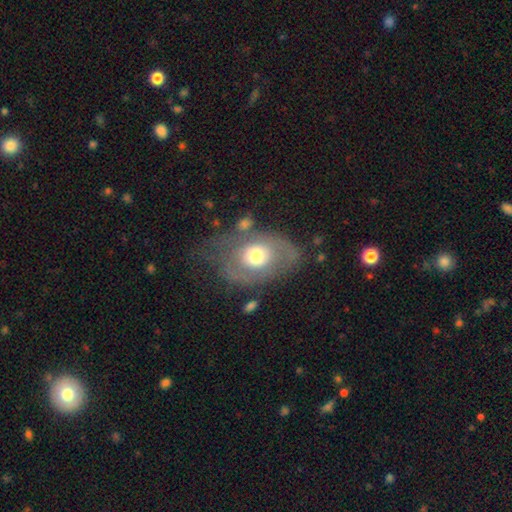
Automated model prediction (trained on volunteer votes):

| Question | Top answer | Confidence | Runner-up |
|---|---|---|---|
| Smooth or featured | featured or disk | 53% | smooth (40%) |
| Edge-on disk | no | 93% | yes (7%) |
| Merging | none | 45% | major disturbance (26%) |